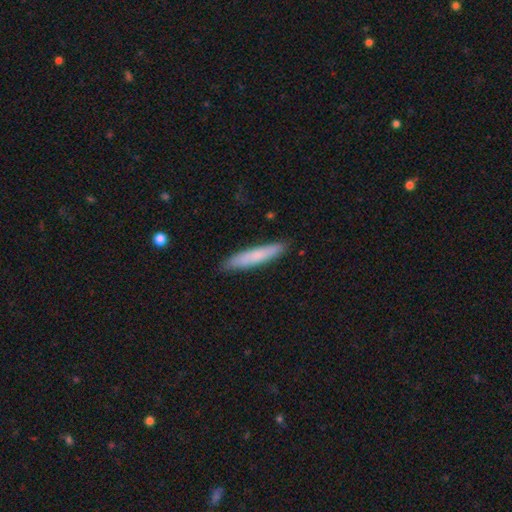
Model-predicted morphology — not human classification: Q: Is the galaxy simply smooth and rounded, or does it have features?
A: smooth — 76%.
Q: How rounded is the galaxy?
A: cigar-shaped — 91%.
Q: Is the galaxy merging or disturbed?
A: none — 89%.